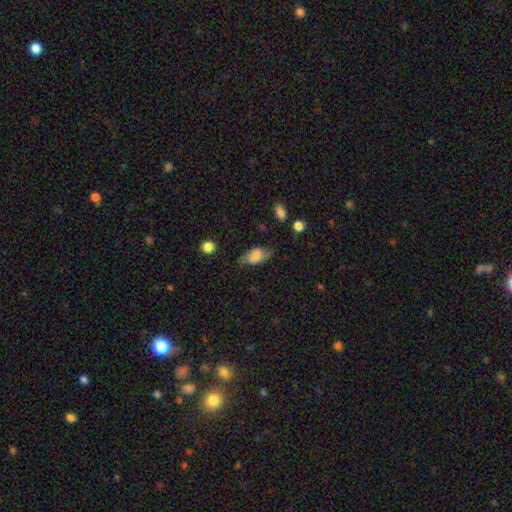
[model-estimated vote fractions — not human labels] This appears to be a smooth galaxy with no disk features (60%) that is in between round and cigar-shaped (88%). Merging: none (60%).